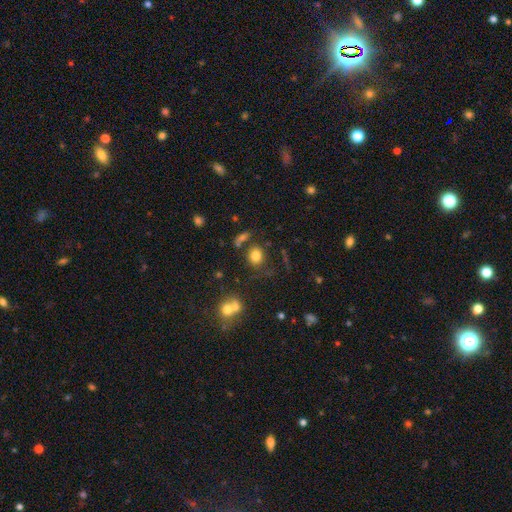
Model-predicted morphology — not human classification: Overall: smooth (80%). How rounded: round (69%; in between 29%). Merging: none (71%).